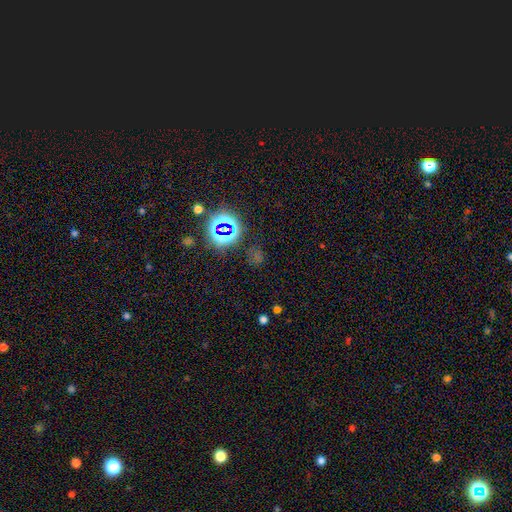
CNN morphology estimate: Overall: star or artifact (65%; smooth 27%).